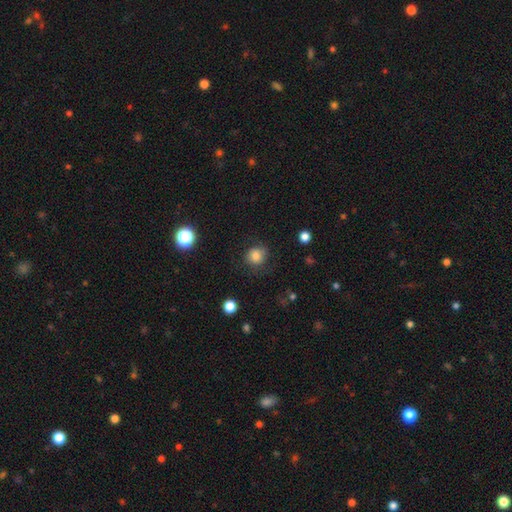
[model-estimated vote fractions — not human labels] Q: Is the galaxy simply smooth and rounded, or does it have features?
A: smooth — 80%.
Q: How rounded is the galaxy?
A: round — 80%.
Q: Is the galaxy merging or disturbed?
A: none — 74%.